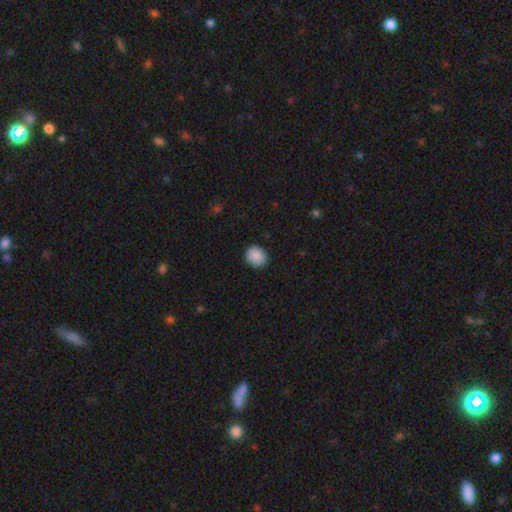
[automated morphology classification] smooth_or_featured: smooth (p=0.89) [alt: star or artifact p=0.08]
how_rounded: round (p=0.79) [alt: in between p=0.20]
merging: none (p=0.89) [alt: minor disturbance p=0.08]